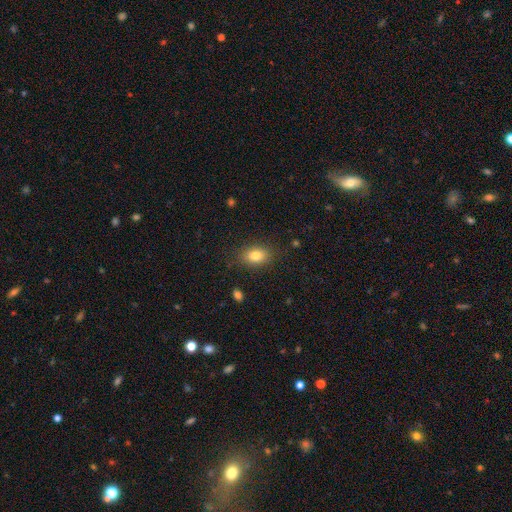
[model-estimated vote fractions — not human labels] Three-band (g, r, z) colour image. It shows a smooth galaxy with no disk features (81%) that is in between round and cigar-shaped (81%). Merging: none (85%).